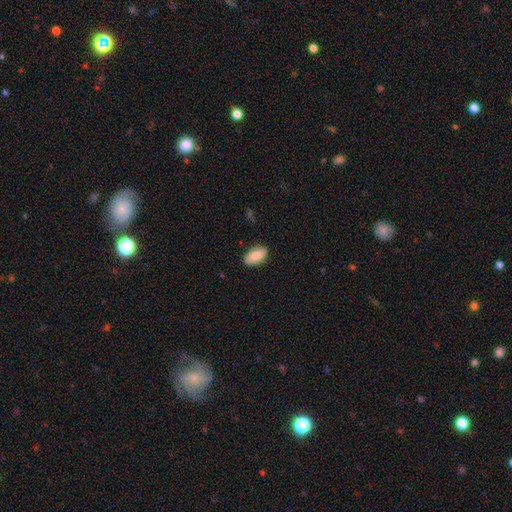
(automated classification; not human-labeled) Smooth or featured? smooth (84%)
How rounded? in between (94%)
Merging? none (85%)